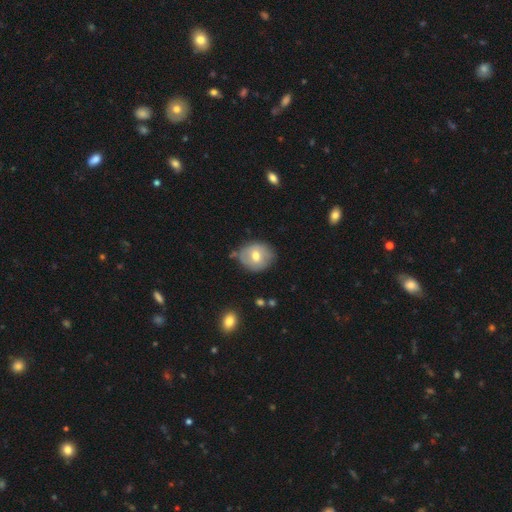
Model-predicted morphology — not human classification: This is likely a smooth galaxy (60%). How rounded: likely round (68%). Merging: likely none (70%).